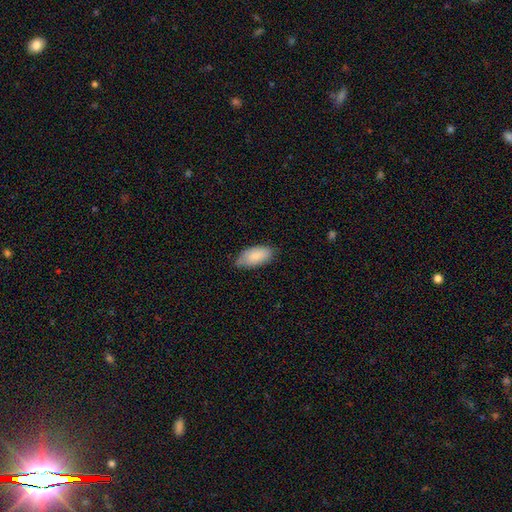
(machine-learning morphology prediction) type=smooth (85%); roundness=in between (94%); merging=none (66%).